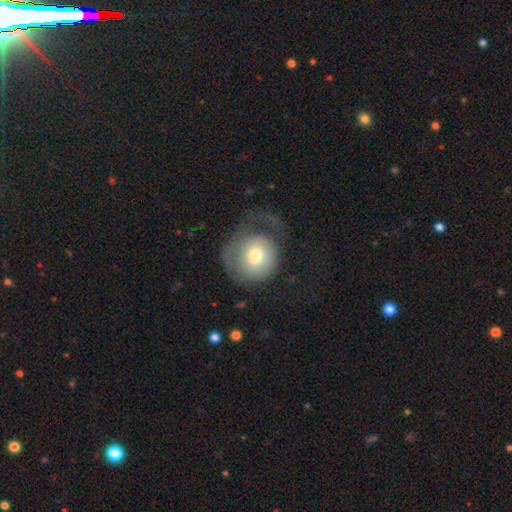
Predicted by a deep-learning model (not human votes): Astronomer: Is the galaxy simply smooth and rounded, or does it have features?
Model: smooth — 65%.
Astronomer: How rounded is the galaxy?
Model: round — 86%.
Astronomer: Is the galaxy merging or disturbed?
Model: major disturbance — 44% (runner-up: none, 34%).